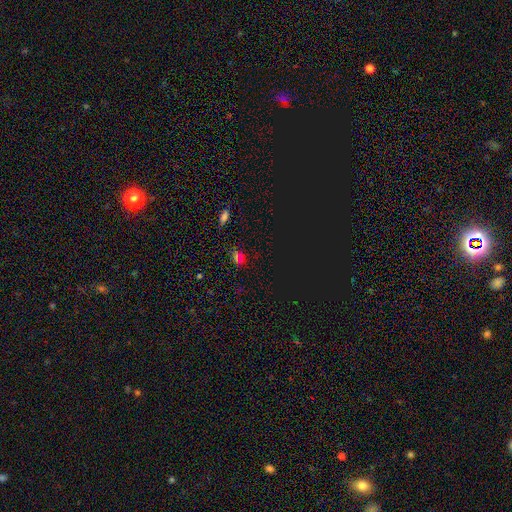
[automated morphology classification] type=star or artifact (67%).